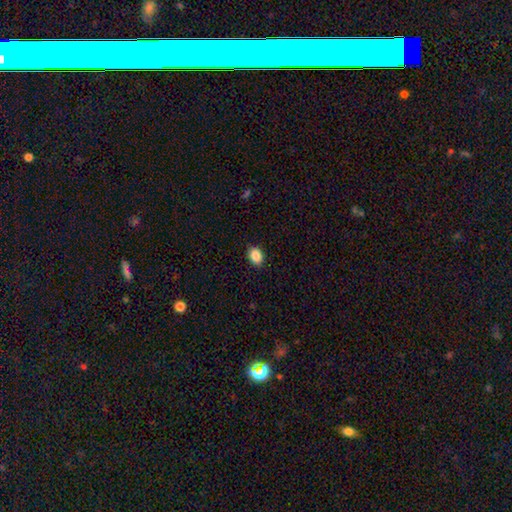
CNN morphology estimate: A smooth galaxy with no disk features (89%) that is in between round and cigar-shaped (66%).

Vote fractions:
- Smooth or featured? smooth: 89% / star or artifact: 8% / featured or disk: 3%
- How rounded? in between: 66% / round: 33% / cigar-shaped: 1%
- Merging? none: 89% / minor disturbance: 8% / major disturbance: 2% / merger: 1%